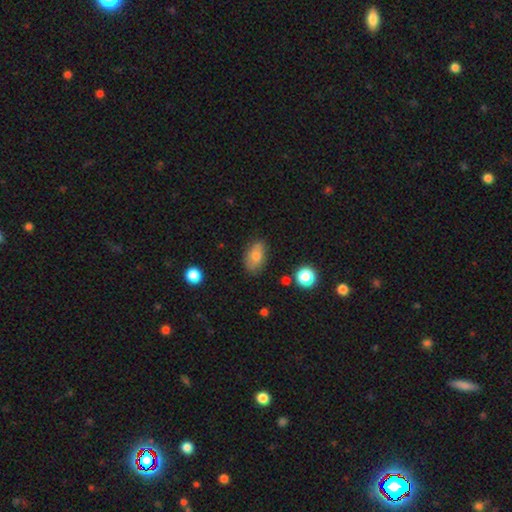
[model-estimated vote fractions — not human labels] smooth_or_featured: smooth (p=0.75) [alt: featured or disk p=0.15]
how_rounded: in between (p=0.88) [alt: round p=0.09]
merging: none (p=0.77) [alt: minor disturbance p=0.17]